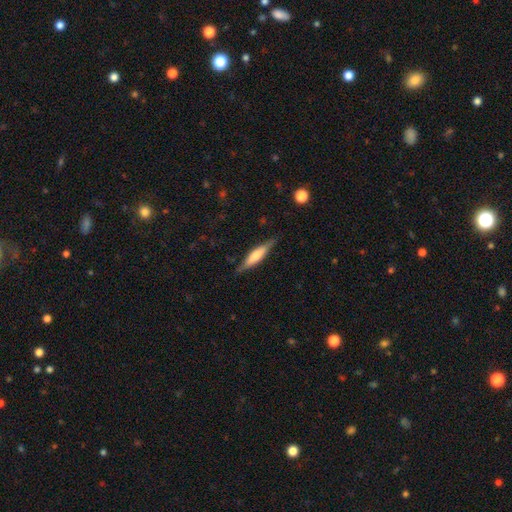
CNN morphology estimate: Overall: featured or disk (48%; smooth 46%). Merging: none (84%).